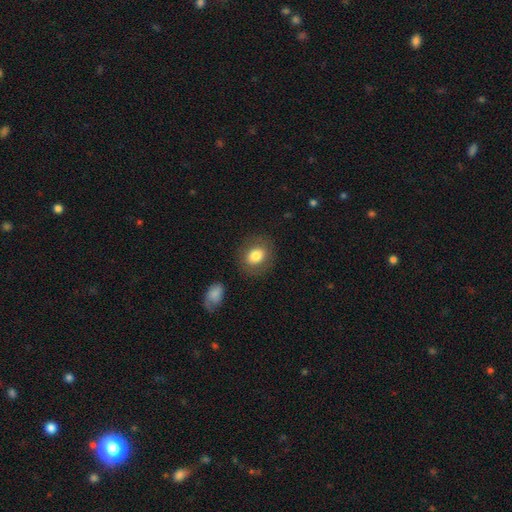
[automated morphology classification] smooth 80%, featured or disk 12%, star or artifact 8%. Down the decision tree: how rounded — round (51%); merging — none (83%).